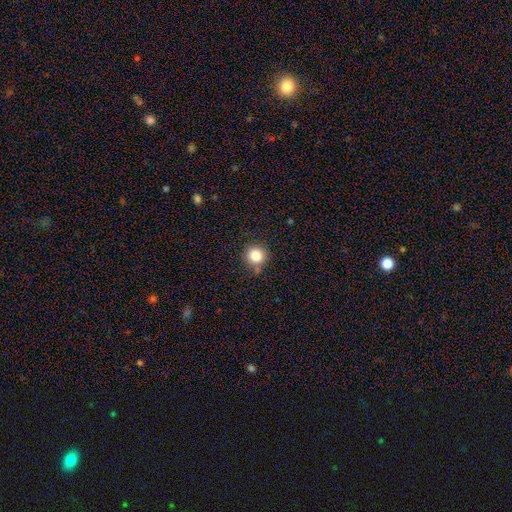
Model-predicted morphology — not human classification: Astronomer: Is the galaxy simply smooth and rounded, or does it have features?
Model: smooth — 83%.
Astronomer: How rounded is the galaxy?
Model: round — 93%.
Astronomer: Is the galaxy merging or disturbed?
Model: none — 79%.